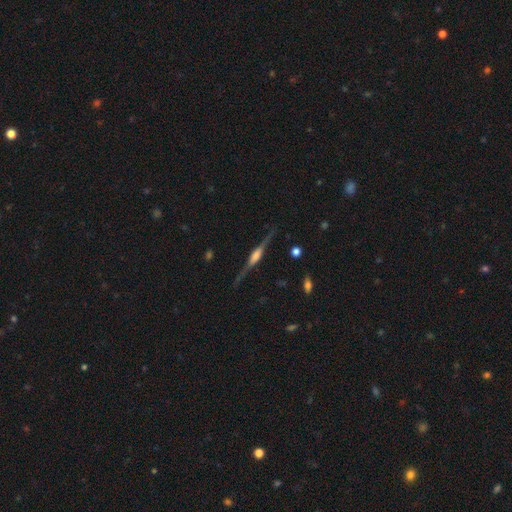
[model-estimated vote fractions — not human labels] A featured or disk galaxy (83%) viewed edge-on (97%) with a rounded central bulge (63%). Merging: none (83%).